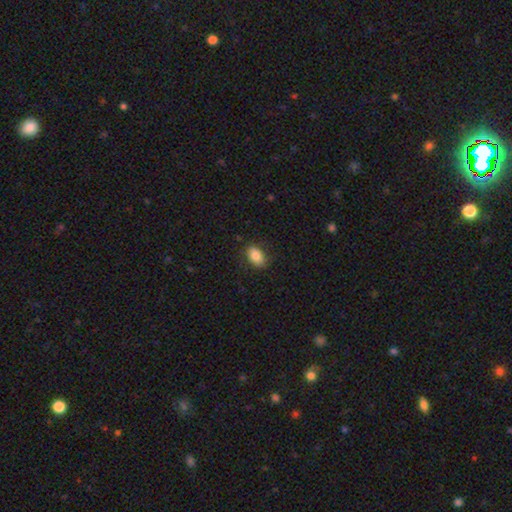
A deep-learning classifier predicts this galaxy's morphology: smooth_or_featured: smooth (p=0.84) [alt: star or artifact p=0.08]
how_rounded: in between (p=0.85) [alt: round p=0.13]
merging: none (p=0.83) [alt: minor disturbance p=0.13]